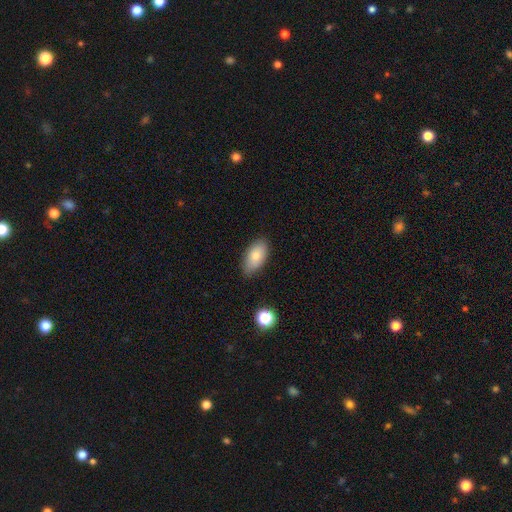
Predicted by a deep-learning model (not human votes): Smooth or featured? Predicted: smooth (p=0.81). How rounded? Predicted: in between (p=0.93). Merging? Predicted: none (p=0.81).